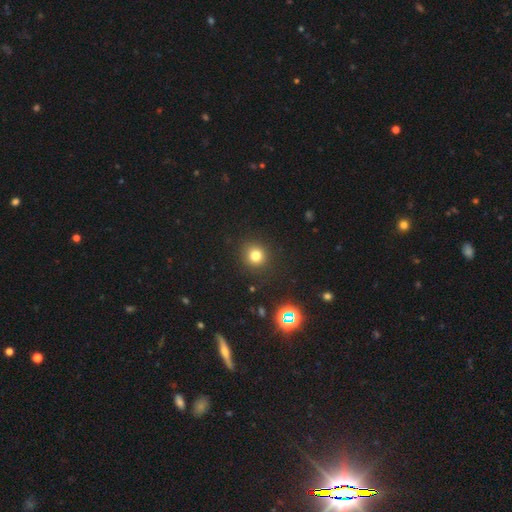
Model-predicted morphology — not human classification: This appears to be a smooth galaxy with no disk features (77%) that is round (91%). Merging: none (90%).